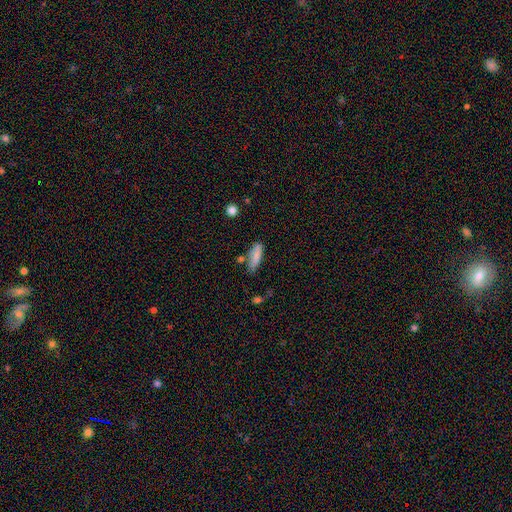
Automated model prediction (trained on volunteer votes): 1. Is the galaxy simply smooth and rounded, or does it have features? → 79% smooth, 14% featured or disk, 7% star or artifact.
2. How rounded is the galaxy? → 52% in between, 46% cigar-shaped, 2% round.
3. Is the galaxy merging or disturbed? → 63% none, 24% minor disturbance, 8% merger, 6% major disturbance.